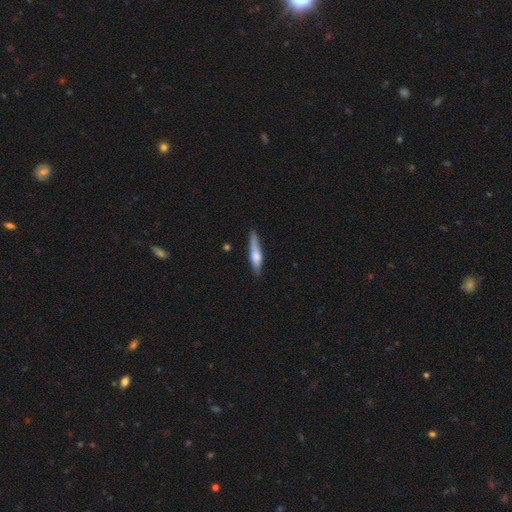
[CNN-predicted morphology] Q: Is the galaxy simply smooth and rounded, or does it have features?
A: smooth — 57%.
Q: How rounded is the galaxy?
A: cigar-shaped — 83%.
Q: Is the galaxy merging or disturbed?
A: none — 76%.